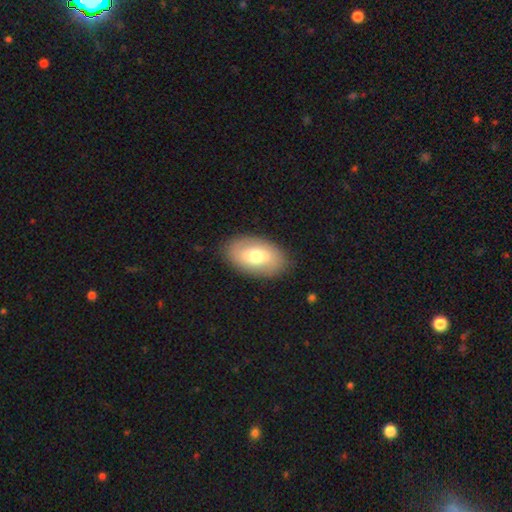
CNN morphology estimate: Smooth or featured? Predicted: smooth (p=0.61). How rounded? Predicted: in between (p=0.92). Merging? Predicted: none (p=0.85).